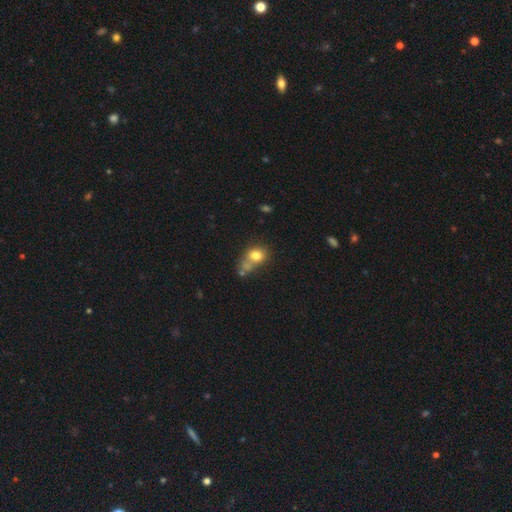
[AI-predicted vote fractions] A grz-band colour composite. It shows a smooth galaxy with no disk features (75%) that is in between round and cigar-shaped (51%). Merging: merger (40%).